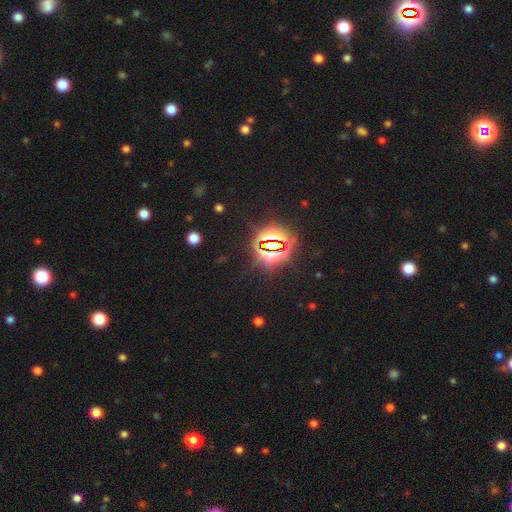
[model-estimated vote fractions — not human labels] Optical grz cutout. It shows a star or artifact, not a galaxy (80%).